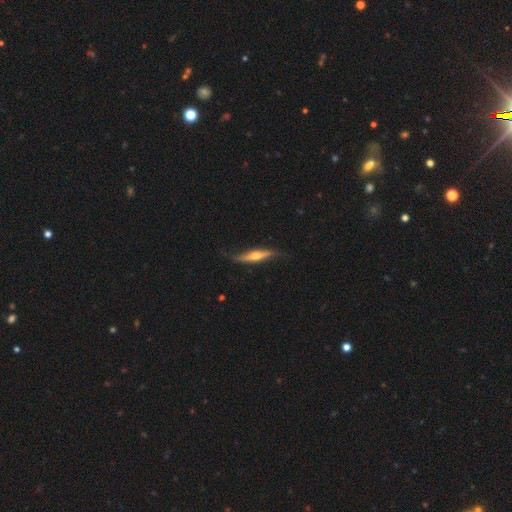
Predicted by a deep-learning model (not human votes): The model was most divided on "smooth or featured": featured or disk: 61%, smooth: 34%, star or artifact: 5%. More confident: edge-on disk — yes (90%); edge-on bulge — rounded (89%); merging — none (72%).